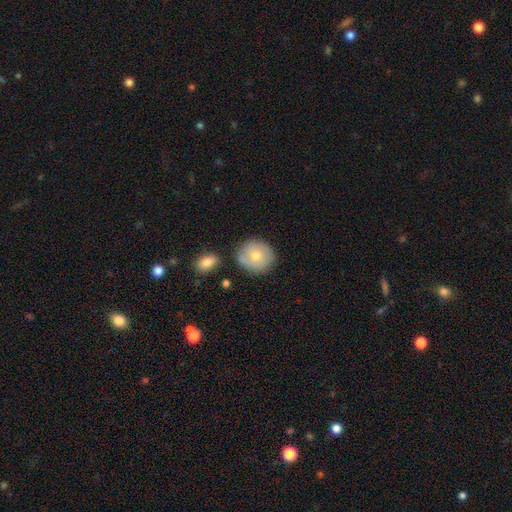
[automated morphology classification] Overall: smooth (72%). How rounded: round (87%). Merging: none (76%).